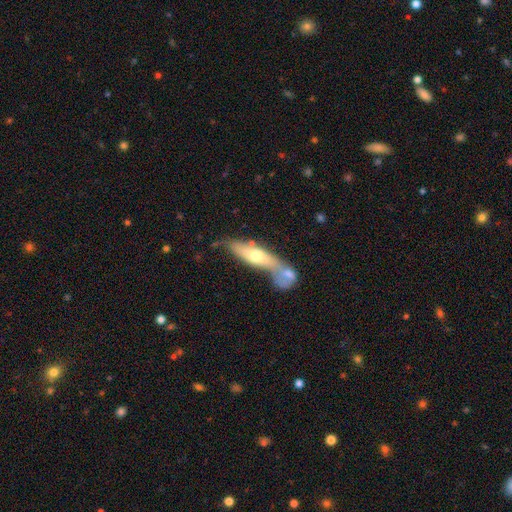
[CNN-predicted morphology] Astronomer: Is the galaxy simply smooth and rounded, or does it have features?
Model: smooth — 51% (runner-up: featured or disk, 44%).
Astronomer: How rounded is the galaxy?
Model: cigar-shaped — 54% (runner-up: in between, 43%).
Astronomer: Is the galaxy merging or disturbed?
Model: merger — 56%.